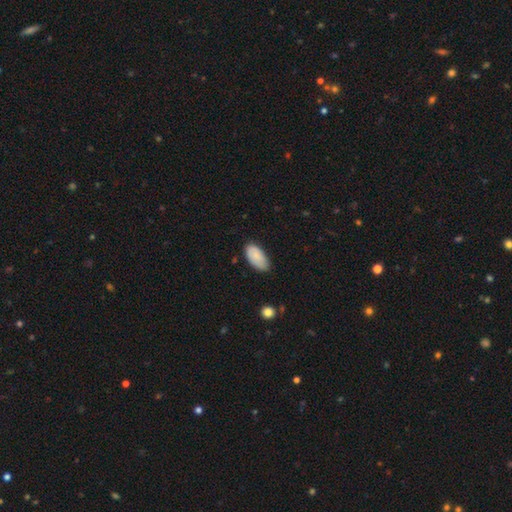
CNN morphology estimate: smooth-or-featured: smooth: 84% | featured or disk: 10% | star or artifact: 6%
  how-rounded: in between: 95% | cigar-shaped: 3% | round: 2%
  merging: none: 74% | minor disturbance: 22% | major disturbance: 3% | merger: 1%